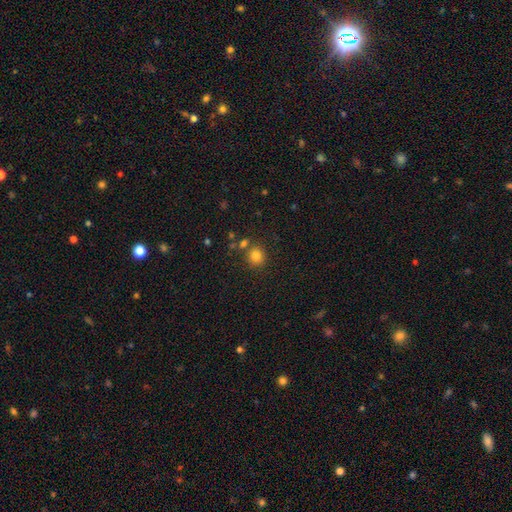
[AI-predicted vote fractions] This appears to be a smooth galaxy with no disk features (82%) that is round (83%). Merging: none (77%).